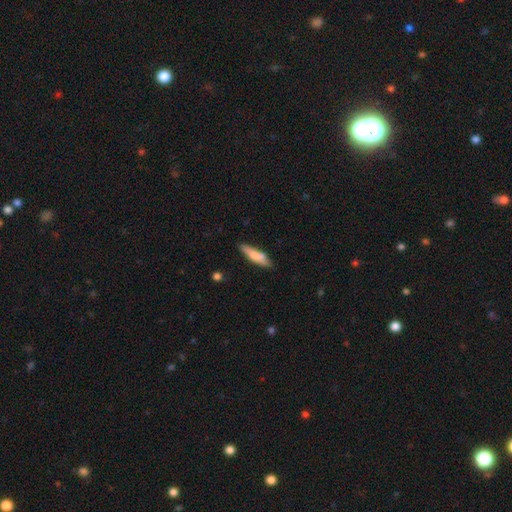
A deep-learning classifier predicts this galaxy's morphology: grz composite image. It shows a smooth galaxy with no disk features (66%) that is cigar-shaped (73%). Merging: none (76%).